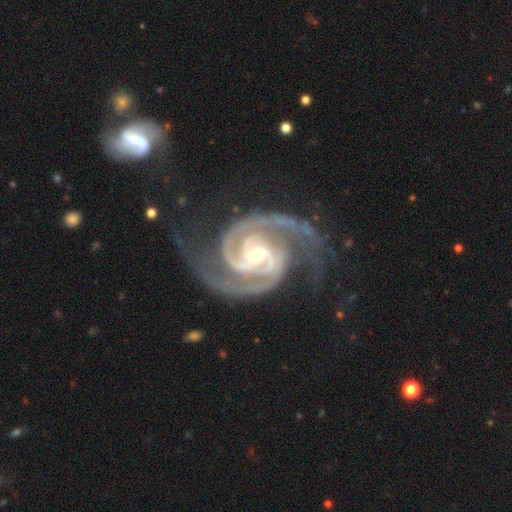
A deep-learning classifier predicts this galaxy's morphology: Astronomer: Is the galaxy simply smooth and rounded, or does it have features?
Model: featured or disk — 94%.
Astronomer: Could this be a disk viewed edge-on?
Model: no — 98%.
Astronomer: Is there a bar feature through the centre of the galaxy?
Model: no — 44% (runner-up: weak, 37%).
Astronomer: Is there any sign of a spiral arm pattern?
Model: yes — 99%.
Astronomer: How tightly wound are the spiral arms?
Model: tight — 51% (runner-up: medium, 43%).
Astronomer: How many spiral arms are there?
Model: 2 — 86%.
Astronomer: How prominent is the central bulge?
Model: small — 60%.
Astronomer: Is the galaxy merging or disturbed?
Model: none — 67%.